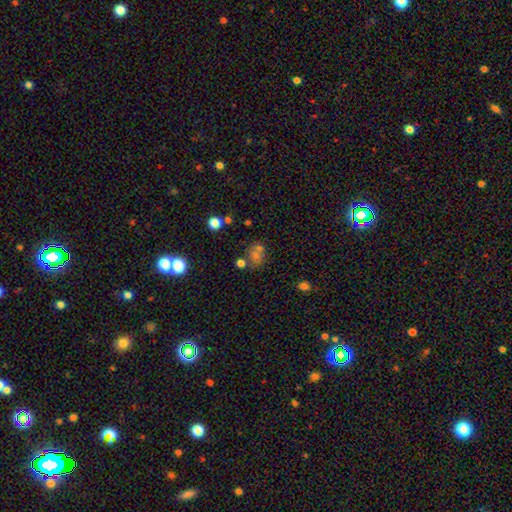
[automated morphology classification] smooth-or-featured: smooth: 56% | star or artifact: 29% | featured or disk: 15%
  how-rounded: round: 71% | in between: 27% | cigar-shaped: 1%
  merging: none: 57% | merger: 27% | minor disturbance: 11% | major disturbance: 5%